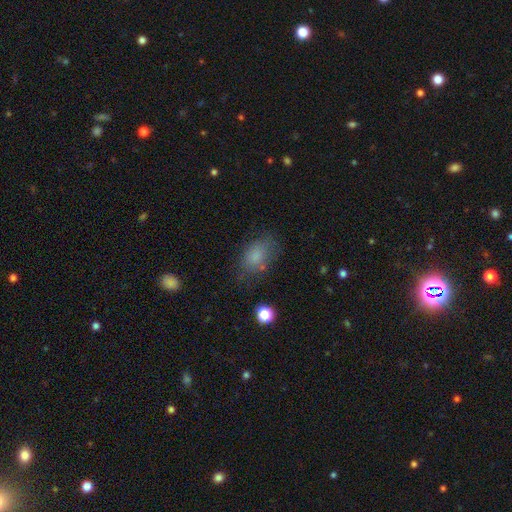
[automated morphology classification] smooth 77%, star or artifact 12%, featured or disk 10%. Down the decision tree: how rounded — in between (81%); merging — none (65%).